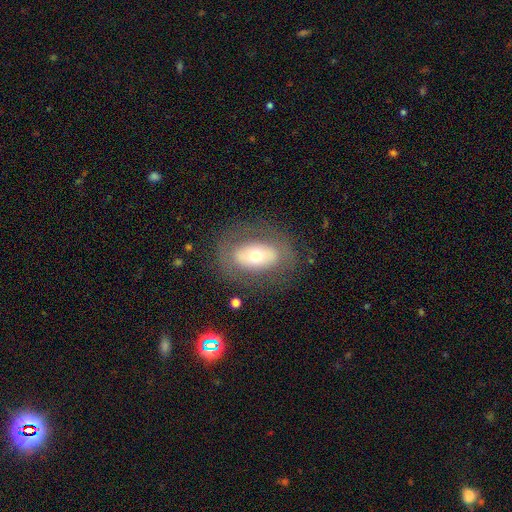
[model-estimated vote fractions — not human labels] smooth 47%, featured or disk 44%, star or artifact 9%. Down the decision tree: merging — none (77%).